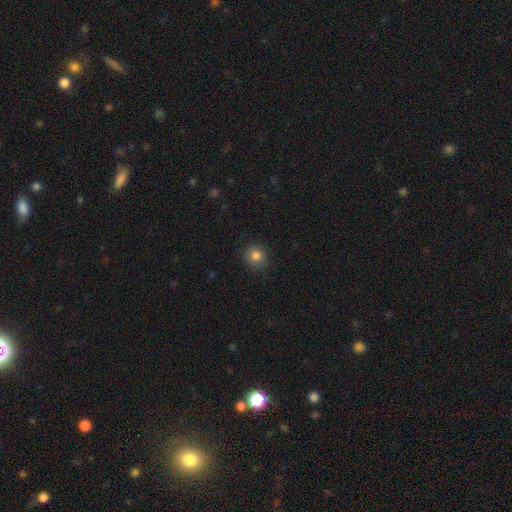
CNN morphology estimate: Smooth or featured? smooth (83%)
How rounded? round (84%)
Merging? none (85%)